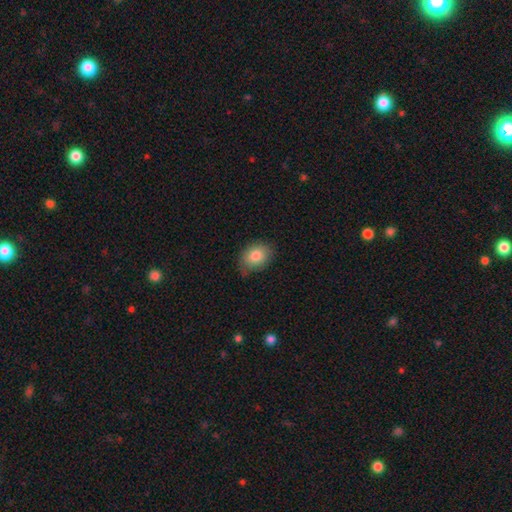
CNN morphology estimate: Smooth or featured? smooth (83%)
How rounded? in between (70%)
Merging? none (72%)